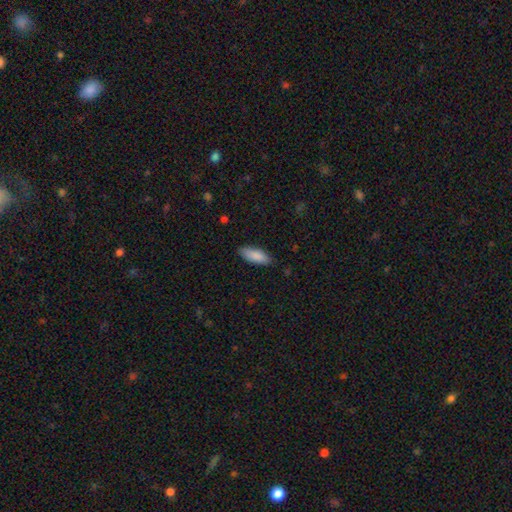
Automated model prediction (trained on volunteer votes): smooth_or_featured: smooth (p=0.88) [alt: featured or disk p=0.07]
how_rounded: in between (p=0.76) [alt: cigar-shaped p=0.22]
merging: none (p=0.85) [alt: minor disturbance p=0.12]